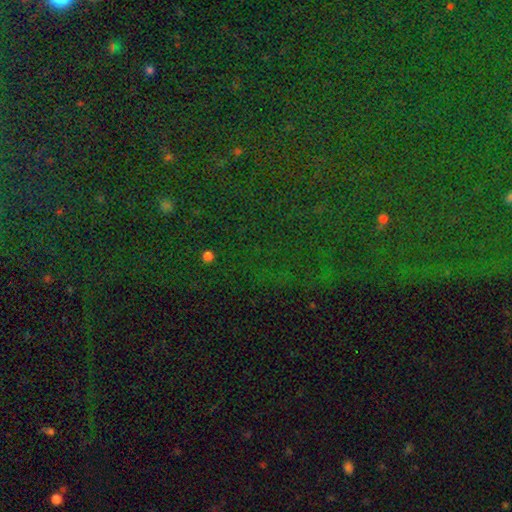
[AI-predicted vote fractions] A star or artifact, not a galaxy (84%).